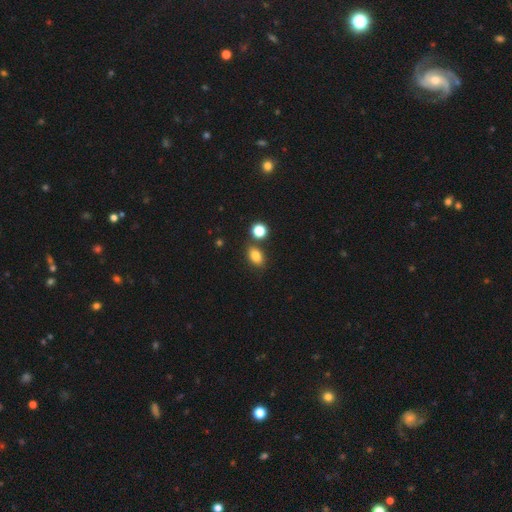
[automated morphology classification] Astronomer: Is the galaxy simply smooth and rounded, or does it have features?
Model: smooth — 82%.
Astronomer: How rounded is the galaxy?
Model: in between — 78%.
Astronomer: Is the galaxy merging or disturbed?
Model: none — 75%.